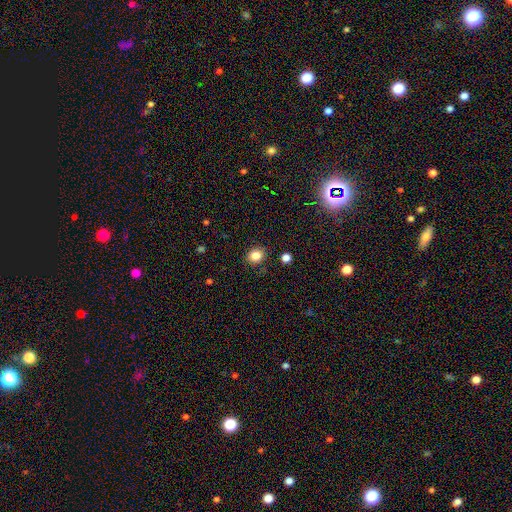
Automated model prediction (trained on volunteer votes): This appears to be a smooth galaxy with no disk features (84%) that is round (59%). Merging: none (87%).